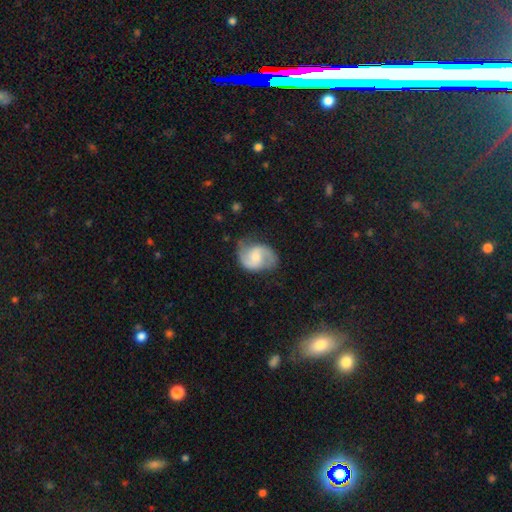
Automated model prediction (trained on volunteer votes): A featured or disk galaxy (80%) with a weak bar (46%), 2 (91%) medium (50%) spiral arms (95%) and a small central bulge (45%, tied with moderate). Merging: none (72%).